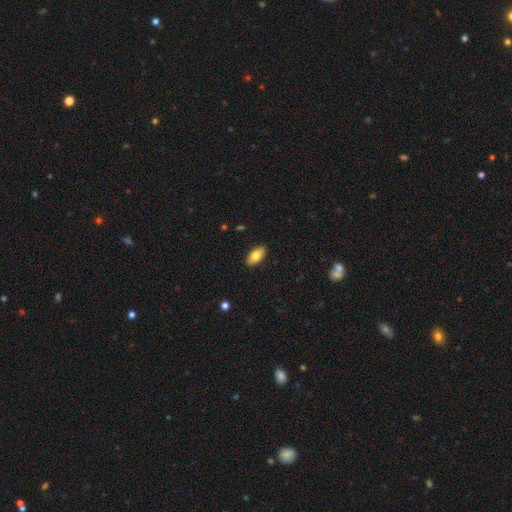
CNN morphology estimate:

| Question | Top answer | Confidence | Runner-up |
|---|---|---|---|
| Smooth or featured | smooth | 80% | featured or disk (14%) |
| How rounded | in between | 92% | cigar-shaped (5%) |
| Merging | none | 89% | minor disturbance (8%) |